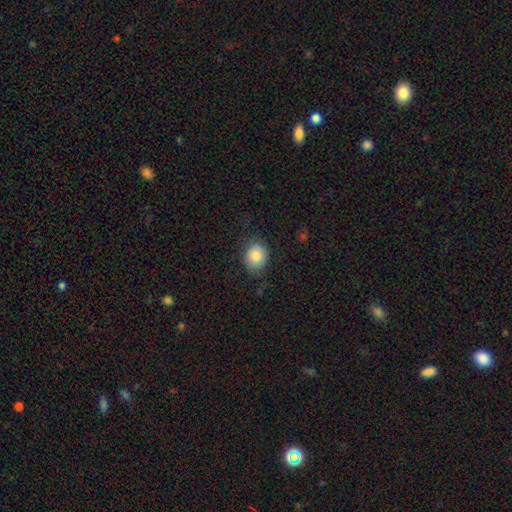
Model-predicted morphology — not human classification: Overall: smooth (84%). How rounded: round (55%; in between 44%). Merging: none (79%).